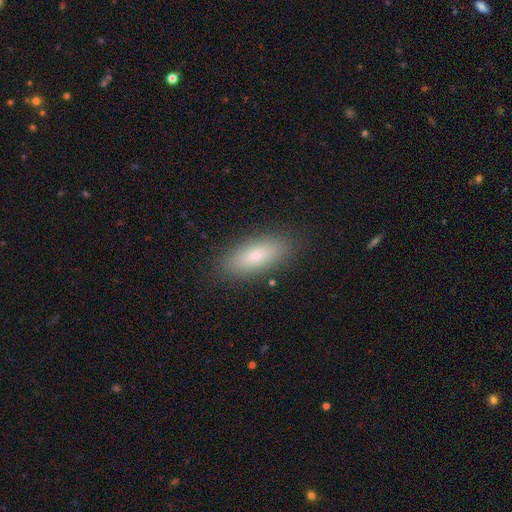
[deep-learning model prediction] This is likely a smooth galaxy (75%). How rounded: likely in between (76%). Merging: clearly none (87%).